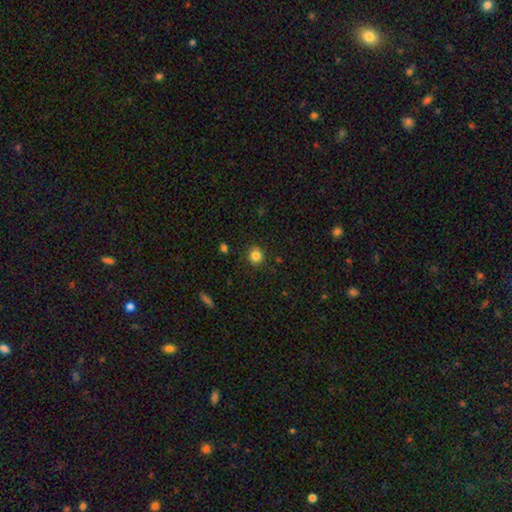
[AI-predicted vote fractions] Overall: smooth (84%). How rounded: round (87%). Merging: none (89%).